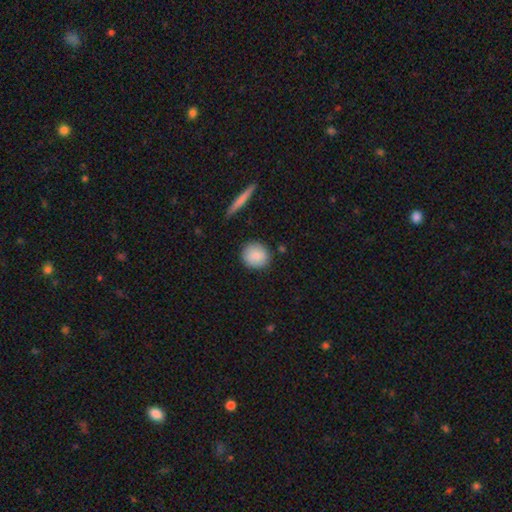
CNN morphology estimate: smooth-or-featured: smooth: 87% | star or artifact: 7% | featured or disk: 6%
  how-rounded: round: 88% | in between: 10% | cigar-shaped: 1%
  merging: none: 86% | minor disturbance: 9% | major disturbance: 2% | merger: 2%